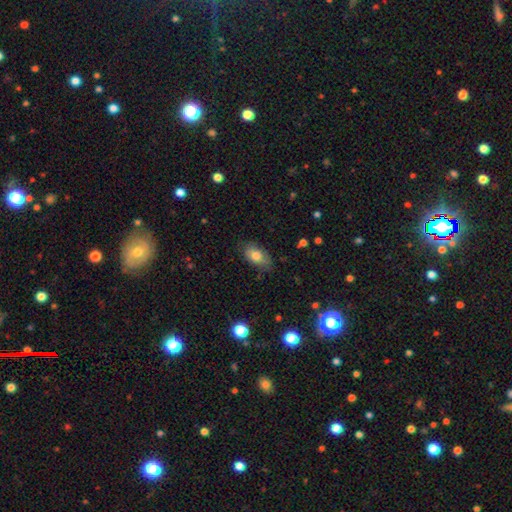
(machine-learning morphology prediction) smooth 77%, featured or disk 15%, star or artifact 8%. Down the decision tree: how rounded — in between (90%); merging — none (73%).